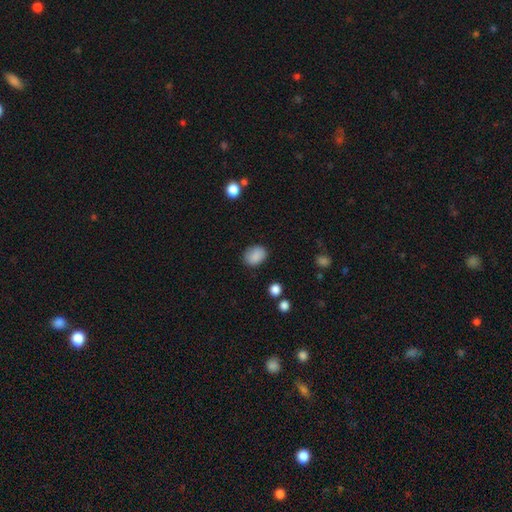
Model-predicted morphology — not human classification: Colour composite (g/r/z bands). It shows a smooth galaxy with no disk features (88%) that is in between round and cigar-shaped (63%). Merging: none (83%).